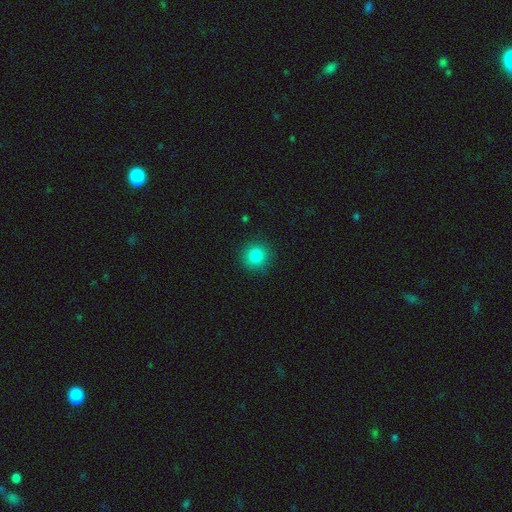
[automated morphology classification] This is clearly a smooth galaxy (84%). How rounded: clearly round (93%). Merging: clearly none (90%).